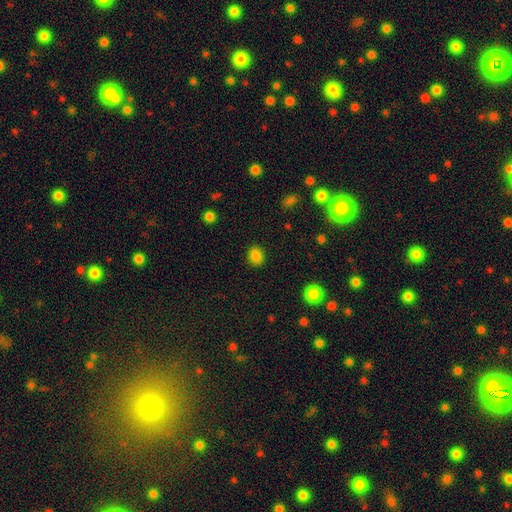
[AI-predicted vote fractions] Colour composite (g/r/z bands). It shows a smooth galaxy with no disk features (84%) that is round (64%). Merging: none (89%).